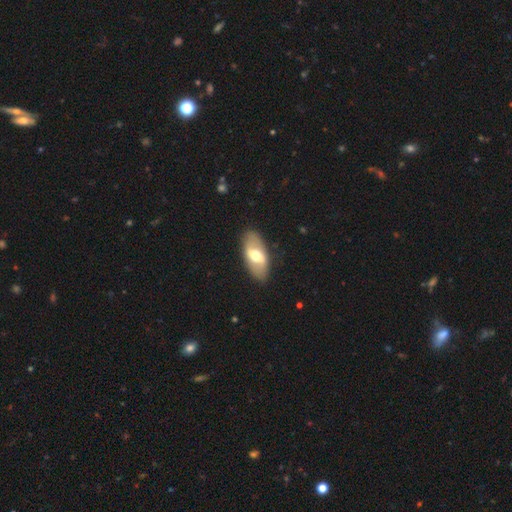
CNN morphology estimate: smooth_or_featured: featured or disk (p=0.48) [alt: smooth p=0.46]
merging: none (p=0.85) [alt: minor disturbance p=0.10]